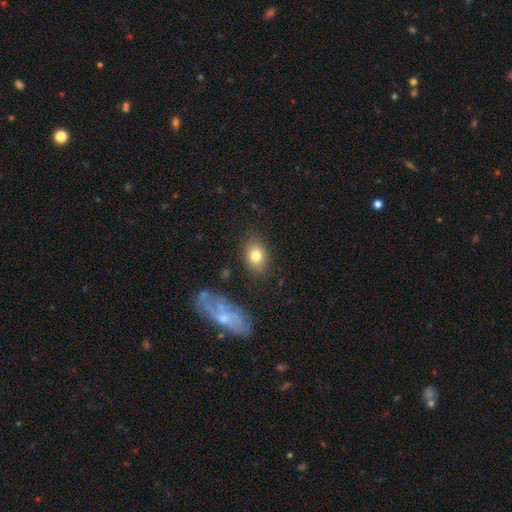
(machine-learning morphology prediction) smooth 78%, featured or disk 13%, star or artifact 9%. Down the decision tree: how rounded — in between (71%); merging — none (82%).